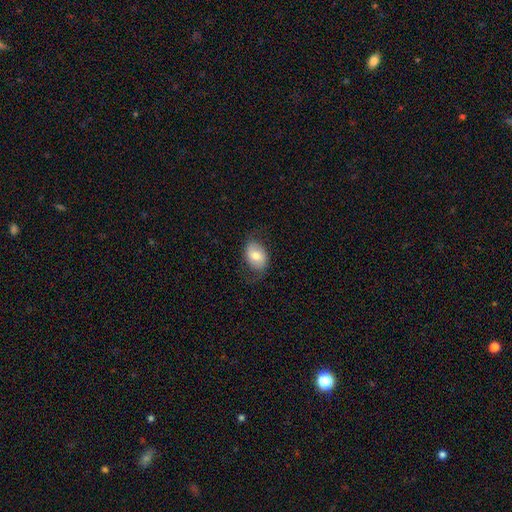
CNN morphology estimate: type=smooth (65%); roundness=in between (80%); merging=none (68%).